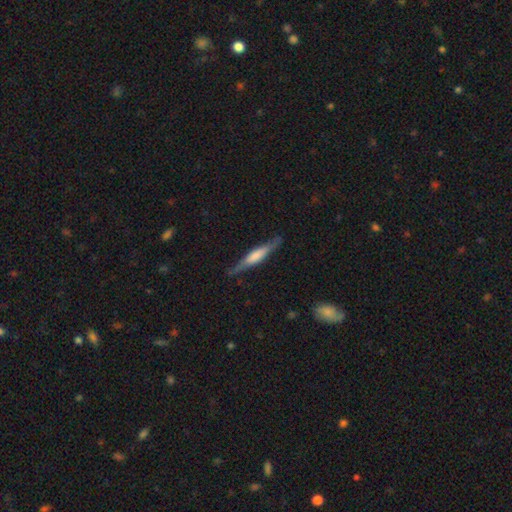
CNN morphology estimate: featured or disk 53%, smooth 41%, star or artifact 6%. Down the decision tree: edge-on disk — yes (94%); merging — none (82%).